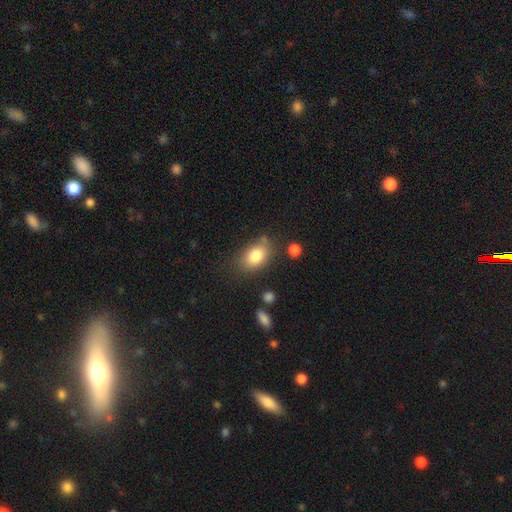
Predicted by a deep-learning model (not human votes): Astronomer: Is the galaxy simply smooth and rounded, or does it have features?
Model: smooth — 82%.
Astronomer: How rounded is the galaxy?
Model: in between — 84%.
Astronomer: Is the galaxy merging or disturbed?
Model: none — 72%.